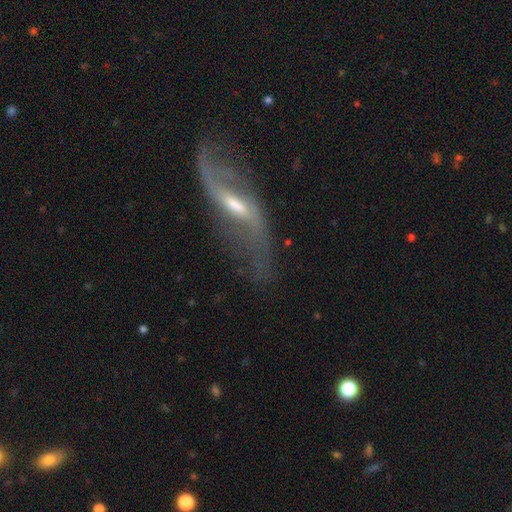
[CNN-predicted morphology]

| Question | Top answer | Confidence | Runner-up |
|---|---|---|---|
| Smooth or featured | featured or disk | 85% | smooth (8%) |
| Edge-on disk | no | 85% | yes (15%) |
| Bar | weak | 46% | strong (34%) |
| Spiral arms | yes | 92% | no (8%) |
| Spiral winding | loose | 85% | medium (11%) |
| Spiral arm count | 2 | 89% | can't tell (5%) |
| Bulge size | small | 48% | moderate (45%) |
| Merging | none | 65% | minor disturbance (19%) |